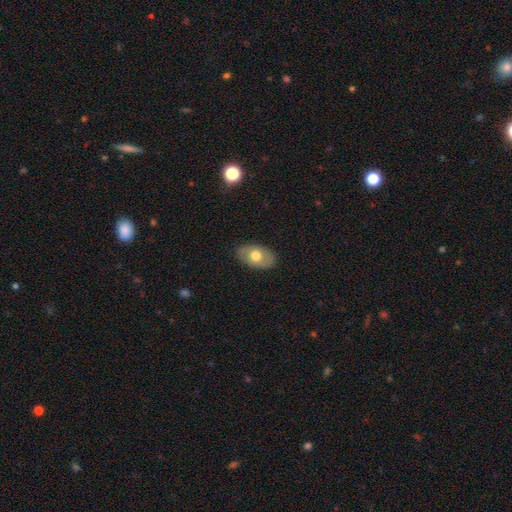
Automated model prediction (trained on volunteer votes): smooth 62%, featured or disk 32%, star or artifact 6%. Down the decision tree: how rounded — in between (88%); merging — none (86%).